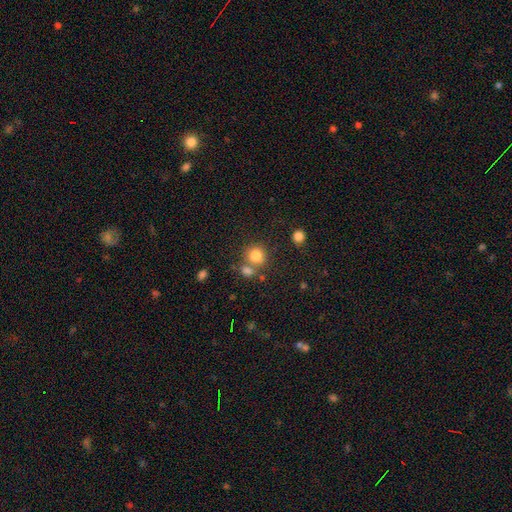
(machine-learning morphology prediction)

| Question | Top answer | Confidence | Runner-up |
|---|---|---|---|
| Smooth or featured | smooth | 80% | star or artifact (12%) |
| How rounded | round | 84% | in between (15%) |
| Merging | none | 58% | merger (28%) |